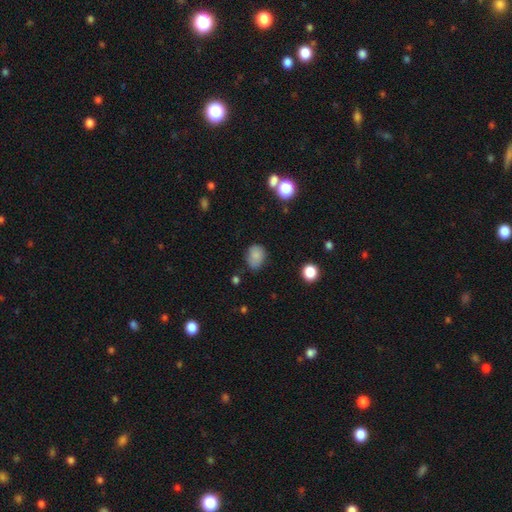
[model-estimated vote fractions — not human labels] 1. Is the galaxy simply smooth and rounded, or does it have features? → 82% smooth, 11% star or artifact, 7% featured or disk.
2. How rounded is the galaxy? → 57% in between, 42% round, 1% cigar-shaped.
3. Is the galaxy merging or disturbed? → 66% none, 26% minor disturbance, 6% major disturbance, 2% merger.